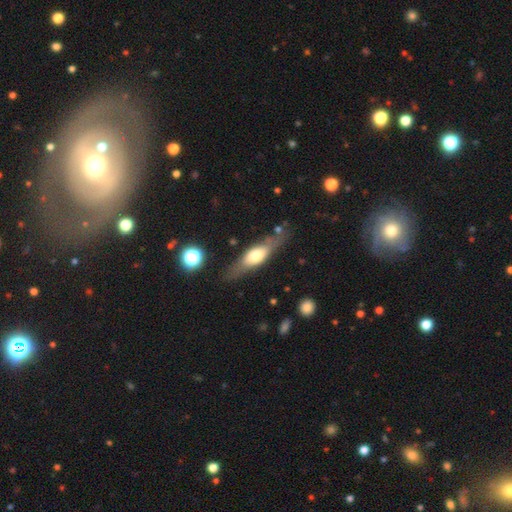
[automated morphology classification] Smooth or featured?
  - featured or disk: 47% *
  - smooth: 46%
  - star or artifact: 7%
Merging?
  - none: 73% *
  - minor disturbance: 17%
  - major disturbance: 7%
  - merger: 3%